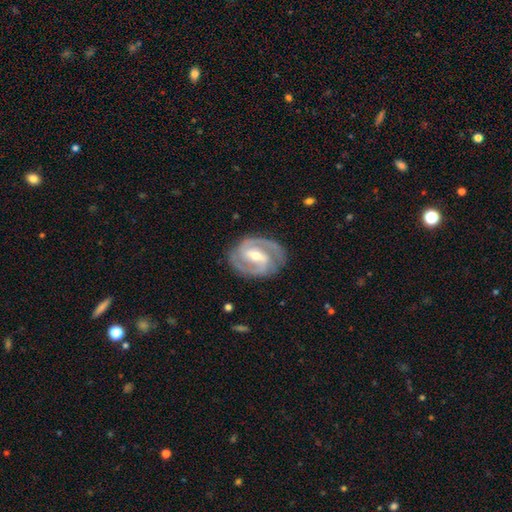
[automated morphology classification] Q: Smooth or featured?
A: featured or disk (90%); runner-up: smooth (6%)
Q: Edge-on disk?
A: no (97%); runner-up: yes (3%)
Q: Bar?
A: strong (44%); runner-up: weak (41%)
Q: Spiral arms?
A: yes (97%); runner-up: no (3%)
Q: Spiral winding?
A: tight (47%); runner-up: medium (46%)
Q: Spiral arm count?
A: 2 (88%); runner-up: 3 (5%)
Q: Bulge size?
A: moderate (56%); runner-up: small (40%)
Q: Merging?
A: none (83%); runner-up: minor disturbance (12%)